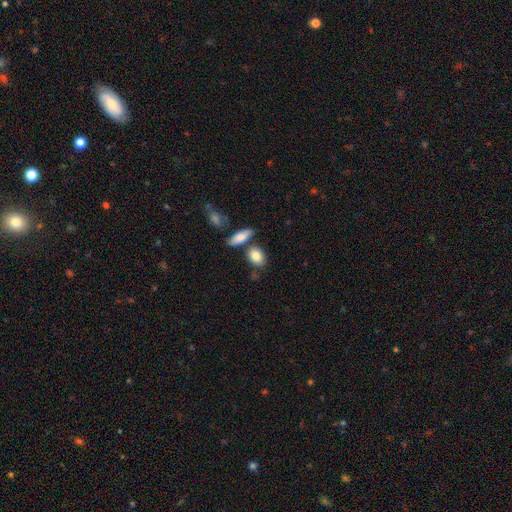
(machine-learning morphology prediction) A smooth galaxy with no disk features (85%) that is in between round and cigar-shaped (80%).

Vote fractions:
- Smooth or featured? smooth: 85% / featured or disk: 8% / star or artifact: 7%
- How rounded? in between: 80% / round: 17% / cigar-shaped: 3%
- Merging? none: 65% / merger: 19% / minor disturbance: 13% / major disturbance: 3%